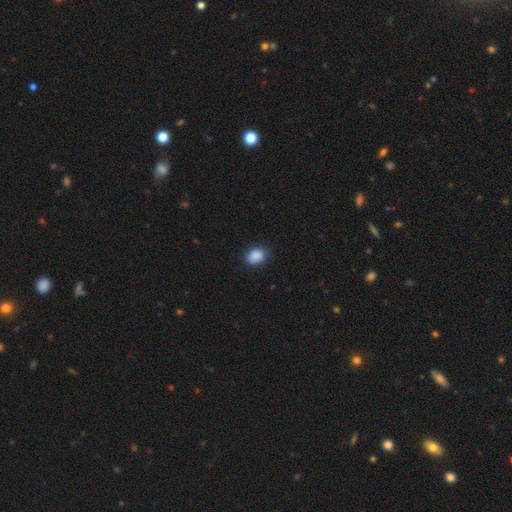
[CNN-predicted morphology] Smooth or featured: smooth — 87% (star or artifact — 9%)
How rounded: in between — 63% (round — 36%)
Merging: none — 77% (minor disturbance — 18%)